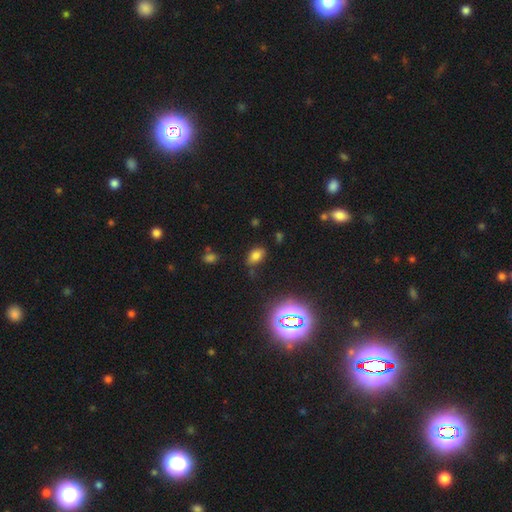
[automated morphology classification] smooth 68%, star or artifact 23%, featured or disk 8%. Down the decision tree: how rounded — in between (86%); merging — none (71%).